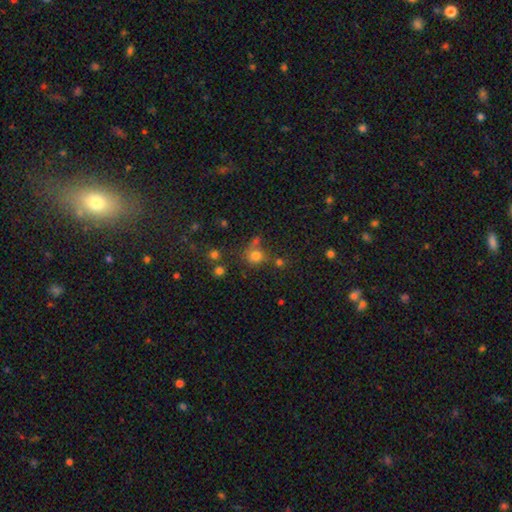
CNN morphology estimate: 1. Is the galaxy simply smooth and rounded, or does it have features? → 74% smooth, 16% star or artifact, 10% featured or disk.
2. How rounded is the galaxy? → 83% round, 16% in between, 1% cigar-shaped.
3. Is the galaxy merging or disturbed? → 57% none, 19% merger, 16% minor disturbance, 9% major disturbance.